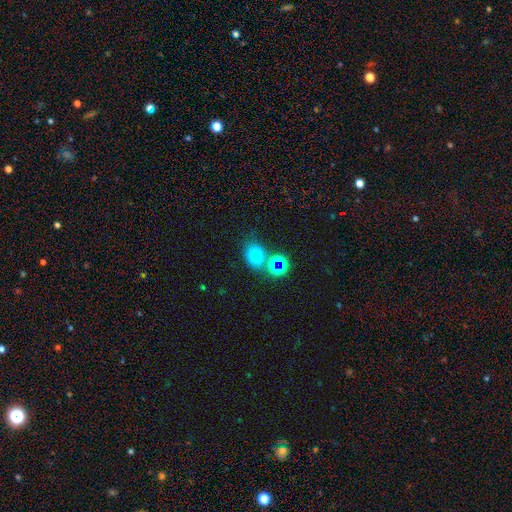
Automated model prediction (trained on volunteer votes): The model was most divided on "how rounded": in between: 53%, round: 46%, cigar-shaped: 1%. More confident: smooth or featured — smooth (73%); merging — none (62%).